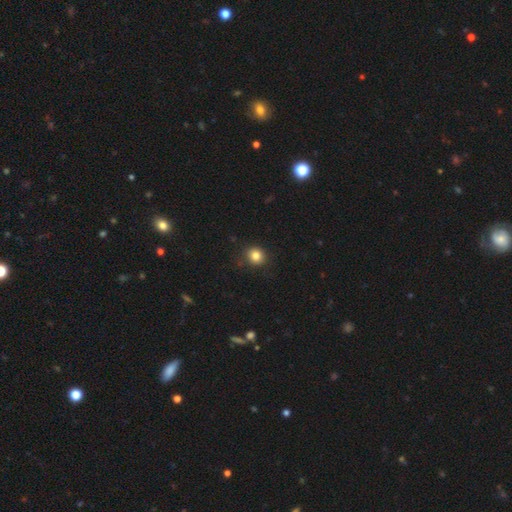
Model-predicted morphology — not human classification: A smooth galaxy with no disk features (83%) that is round (79%). Merging: none (85%).